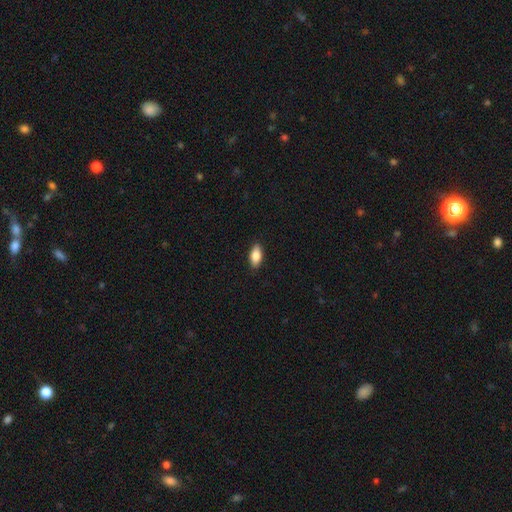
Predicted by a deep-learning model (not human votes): Q: Smooth or featured?
A: smooth (82%); runner-up: featured or disk (11%)
Q: How rounded?
A: in between (88%); runner-up: cigar-shaped (9%)
Q: Merging?
A: none (89%); runner-up: minor disturbance (8%)